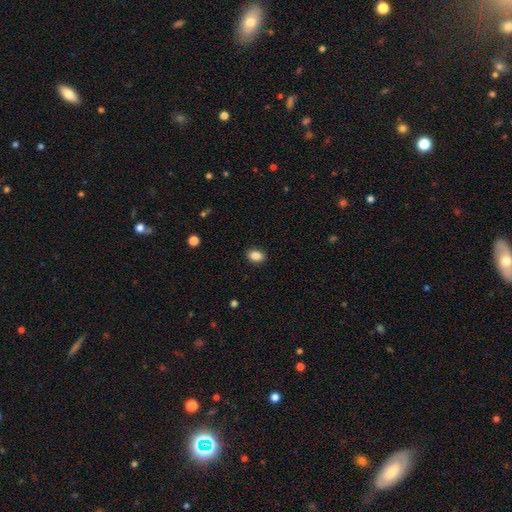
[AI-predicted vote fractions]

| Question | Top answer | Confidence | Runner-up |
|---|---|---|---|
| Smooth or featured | smooth | 87% | star or artifact (9%) |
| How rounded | in between | 77% | round (21%) |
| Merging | none | 90% | minor disturbance (7%) |